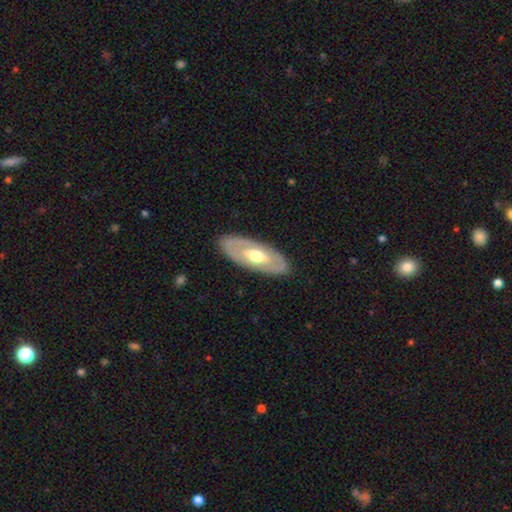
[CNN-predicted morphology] A featured or disk galaxy (60%).

Vote fractions:
- Smooth or featured? featured or disk: 60% / smooth: 36% / star or artifact: 4%
- Edge-on disk? no: 81% / yes: 19%
- Merging? none: 86% / minor disturbance: 10% / major disturbance: 3% / merger: 1%